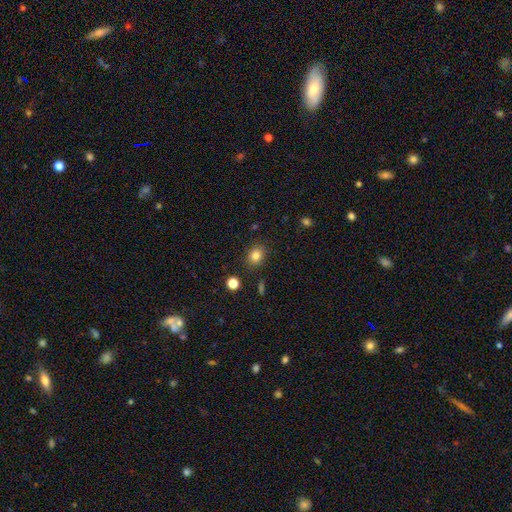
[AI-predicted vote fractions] This is clearly a smooth galaxy (82%). How rounded: possibly round (52%). Merging: clearly none (85%).